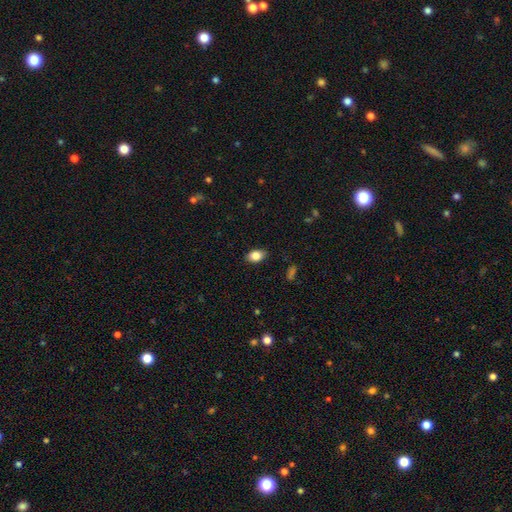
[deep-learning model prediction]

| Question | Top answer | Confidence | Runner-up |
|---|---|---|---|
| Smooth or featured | smooth | 83% | featured or disk (9%) |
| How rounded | in between | 87% | round (11%) |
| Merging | none | 85% | minor disturbance (11%) |